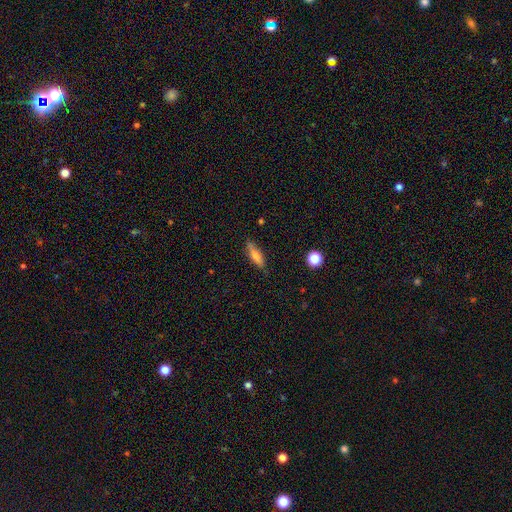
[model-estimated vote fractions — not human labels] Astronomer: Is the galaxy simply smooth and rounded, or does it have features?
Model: smooth — 69%.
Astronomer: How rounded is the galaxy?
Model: cigar-shaped — 59% (runner-up: in between, 39%).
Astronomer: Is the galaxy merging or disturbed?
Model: none — 81%.